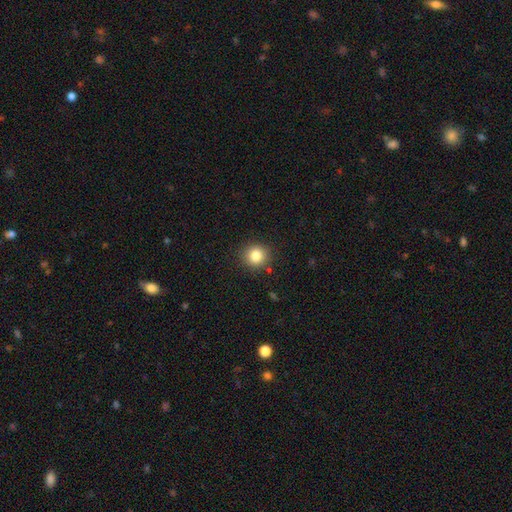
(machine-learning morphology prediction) A smooth galaxy with no disk features (82%) that is round (90%). Merging: none (88%).